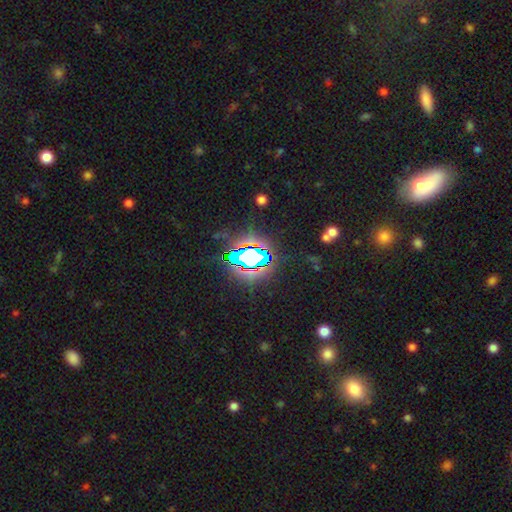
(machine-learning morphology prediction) The model was most divided on "smooth or featured": star or artifact: 83%, smooth: 10%, featured or disk: 7%.